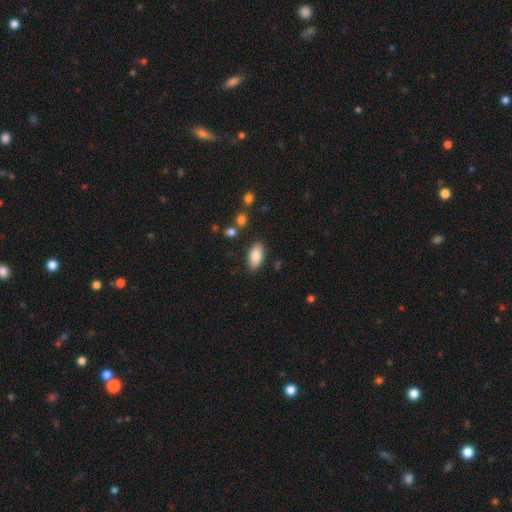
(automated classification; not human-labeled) Smooth or featured? Predicted: smooth (p=0.85). How rounded? Predicted: in between (p=0.93). Merging? Predicted: none (p=0.85).